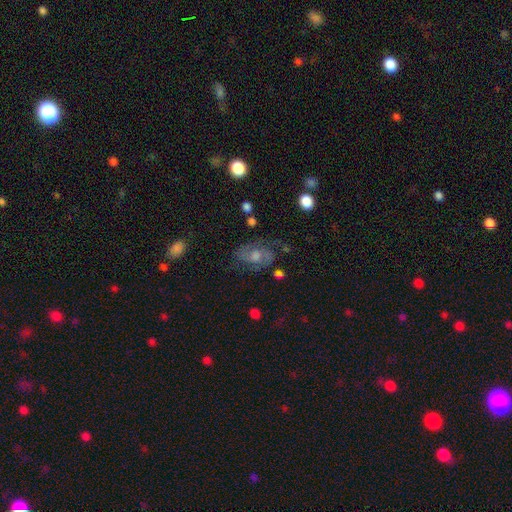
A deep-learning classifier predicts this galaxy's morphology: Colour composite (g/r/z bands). It shows a featured or disk galaxy (73%) with no bar (60%), 2 (75%) medium (51%) spiral arms (92%) and a moderate central bulge (60%). Merging: none (73%).